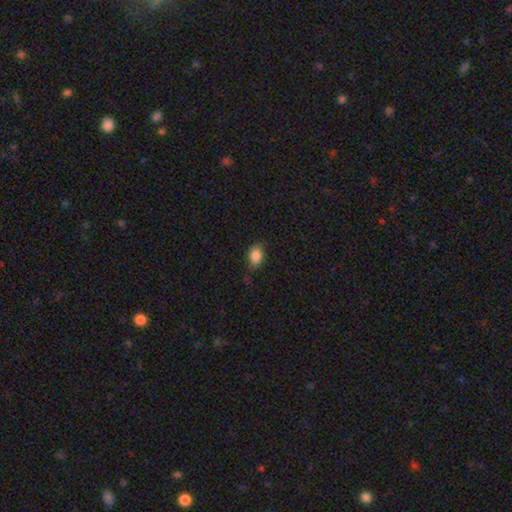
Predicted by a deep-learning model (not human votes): Overall: smooth (86%). How rounded: in between (85%). Merging: none (77%).